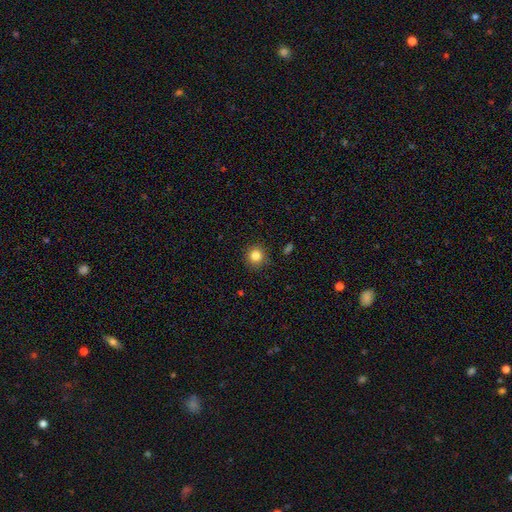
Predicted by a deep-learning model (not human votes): Smooth or featured?
  - smooth: 83% *
  - star or artifact: 11%
  - featured or disk: 5%
How rounded?
  - round: 92% *
  - in between: 7%
  - cigar-shaped: 1%
Merging?
  - none: 89% *
  - minor disturbance: 7%
  - major disturbance: 2%
  - merger: 1%